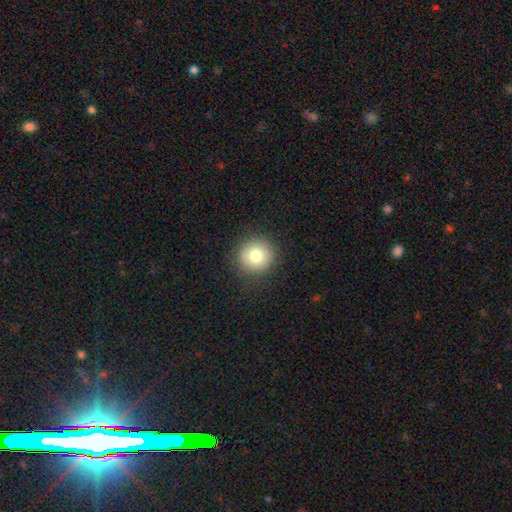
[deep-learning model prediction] A smooth galaxy with no disk features (78%) that is round (93%).

Vote fractions:
- Smooth or featured? smooth: 78% / featured or disk: 11% / star or artifact: 11%
- How rounded? round: 93% / in between: 6% / cigar-shaped: 1%
- Merging? none: 89% / minor disturbance: 7% / major disturbance: 3% / merger: 1%